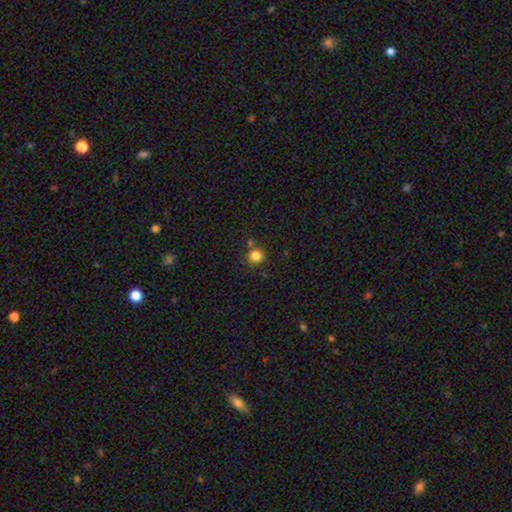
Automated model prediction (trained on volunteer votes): smooth 83%, star or artifact 12%, featured or disk 4%. Down the decision tree: how rounded — round (91%); merging — none (80%).